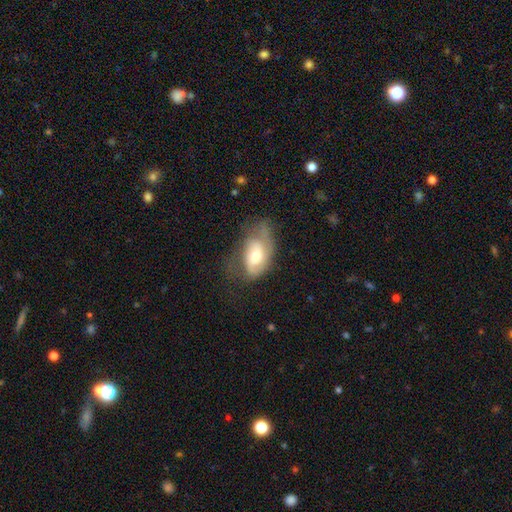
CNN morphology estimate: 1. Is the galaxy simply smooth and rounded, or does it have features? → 61% featured or disk, 32% smooth, 7% star or artifact.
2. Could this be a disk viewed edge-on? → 93% no, 7% yes.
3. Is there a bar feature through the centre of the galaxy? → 57% no, 34% weak, 9% strong.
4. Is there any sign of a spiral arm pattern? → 79% yes, 21% no.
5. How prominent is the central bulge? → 63% moderate, 27% small, 7% large, 1% none, 1% dominant.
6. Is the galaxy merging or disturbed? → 43% none, 30% minor disturbance, 24% major disturbance, 2% merger.